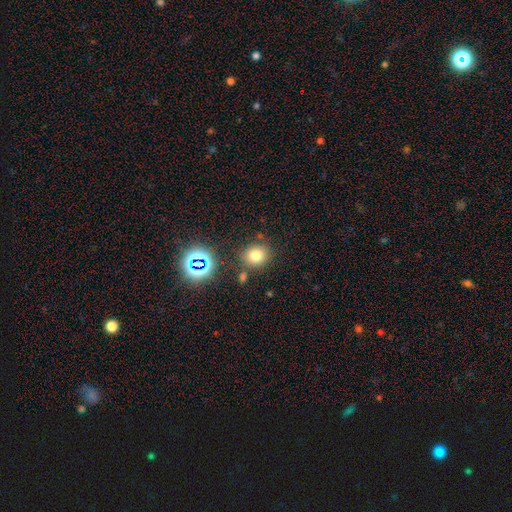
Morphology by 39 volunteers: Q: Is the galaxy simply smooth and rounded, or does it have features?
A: smooth — 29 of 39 (74%).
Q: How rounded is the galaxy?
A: round — 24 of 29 (83%).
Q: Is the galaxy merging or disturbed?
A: none — 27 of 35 (77%).